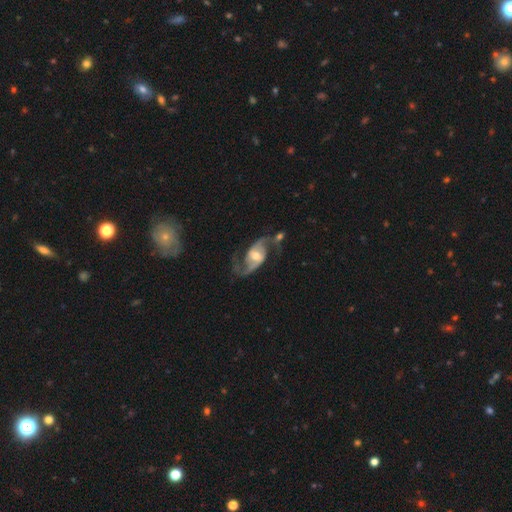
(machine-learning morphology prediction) Overall: featured or disk (90%). Edge-on disk: no (97%). Bar: weak (44%; no 37%). Spiral arms: yes (97%). Spiral arm count: 2 (94%). Spiral winding: loose (51%; medium 40%). Bulge size: moderate (68%). Merging: none (65%).